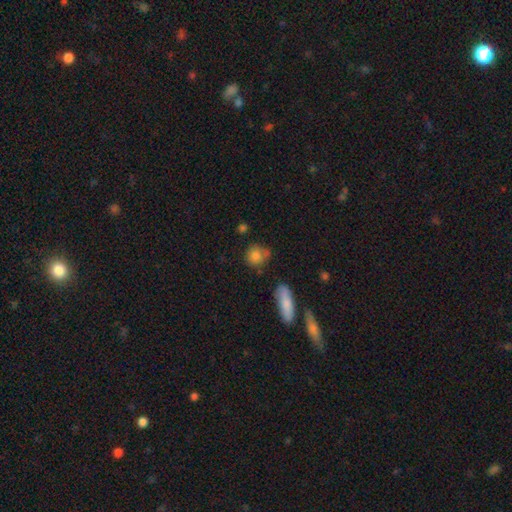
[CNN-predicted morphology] Overall: smooth (80%). How rounded: round (78%). Merging: none (63%).